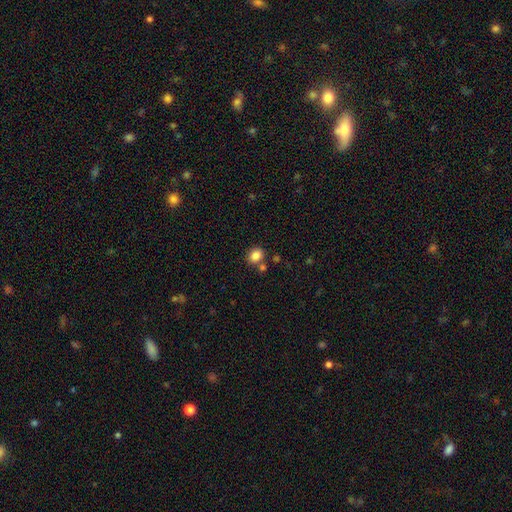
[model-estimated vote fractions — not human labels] Morphology: type=smooth (85%); roundness=in between (52%); merging=none (72%).